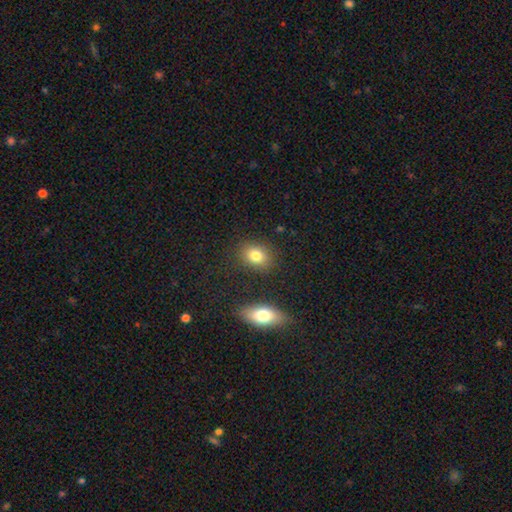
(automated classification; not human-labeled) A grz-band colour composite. It shows a smooth galaxy with no disk features (80%) that is in between round and cigar-shaped (55%). Merging: none (84%).